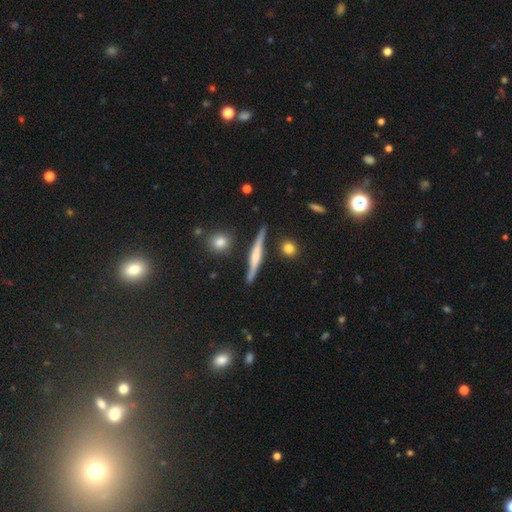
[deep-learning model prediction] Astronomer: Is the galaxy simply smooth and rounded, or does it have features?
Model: featured or disk — 68%.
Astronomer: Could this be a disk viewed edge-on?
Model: yes — 96%.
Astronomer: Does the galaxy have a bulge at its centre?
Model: rounded — 57%.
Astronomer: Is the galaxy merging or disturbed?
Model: none — 86%.